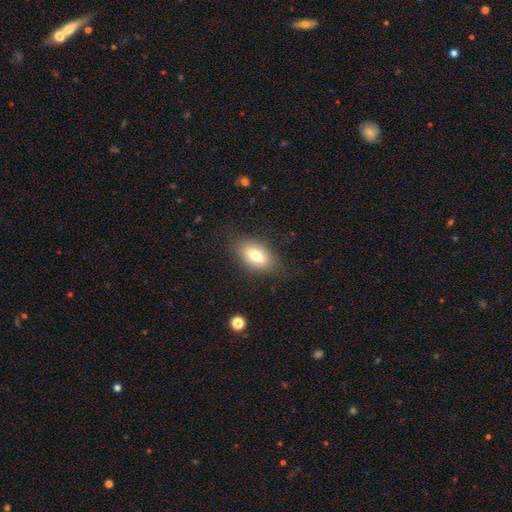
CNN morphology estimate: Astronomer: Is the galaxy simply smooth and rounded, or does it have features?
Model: smooth — 73%.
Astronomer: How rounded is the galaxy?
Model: in between — 86%.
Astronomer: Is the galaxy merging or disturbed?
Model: none — 79%.